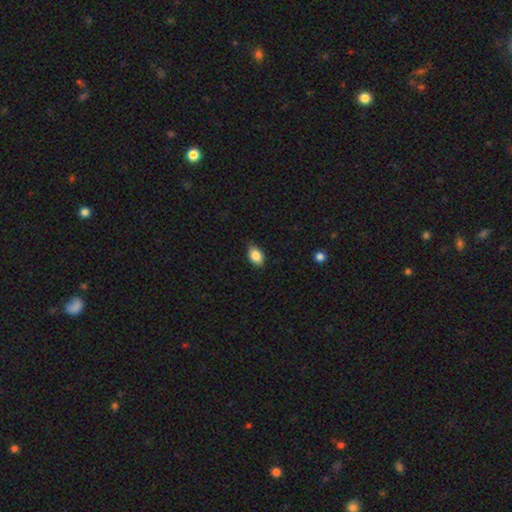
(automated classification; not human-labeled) Q: Smooth or featured?
A: smooth (85%); runner-up: star or artifact (8%)
Q: How rounded?
A: in between (84%); runner-up: round (14%)
Q: Merging?
A: none (77%); runner-up: minor disturbance (19%)